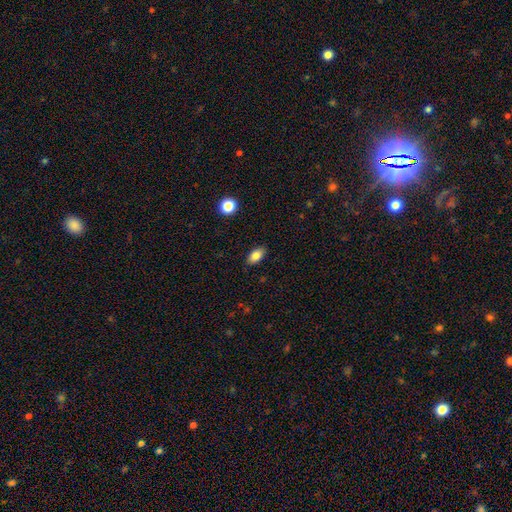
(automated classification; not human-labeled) Smooth or featured? Predicted: smooth (p=0.84). How rounded? Predicted: in between (p=0.90). Merging? Predicted: none (p=0.87).